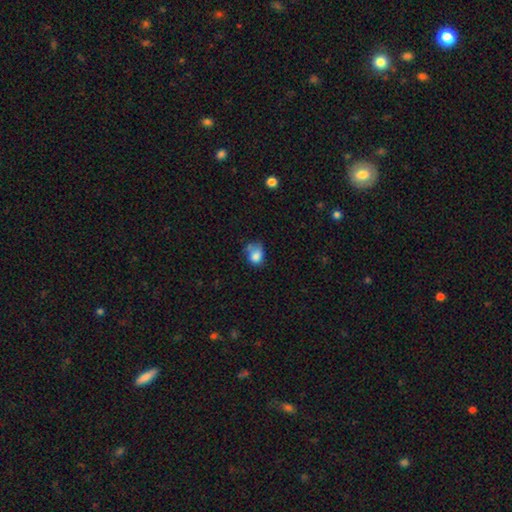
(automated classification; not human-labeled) Smooth or featured? Predicted: smooth (p=0.78). How rounded? Predicted: in between (p=0.53). Merging? Predicted: none (p=0.35).